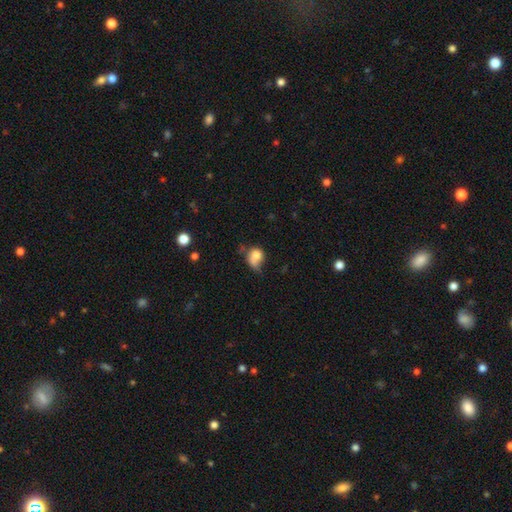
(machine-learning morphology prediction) A smooth galaxy with no disk features (74%) that is round (60%). Merging: minor disturbance (31%).